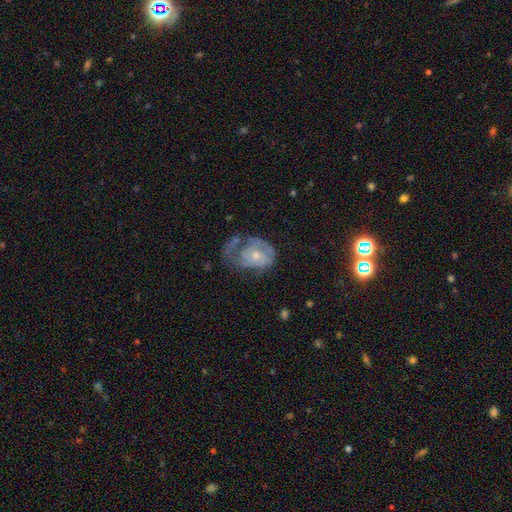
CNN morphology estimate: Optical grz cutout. It shows a featured or disk galaxy (67%) with no bar (78%), spiral arms (73%) and a small central bulge (48%). Merging: major disturbance (40%).